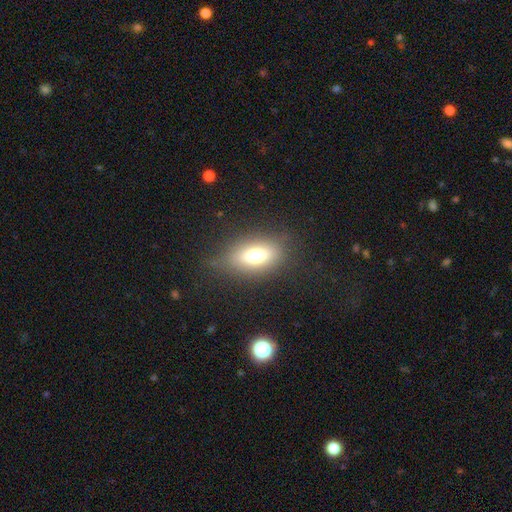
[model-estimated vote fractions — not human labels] smooth_or_featured: smooth (p=0.66) [alt: featured or disk p=0.21]
how_rounded: in between (p=0.78) [alt: round p=0.16]
merging: none (p=0.78) [alt: minor disturbance p=0.14]